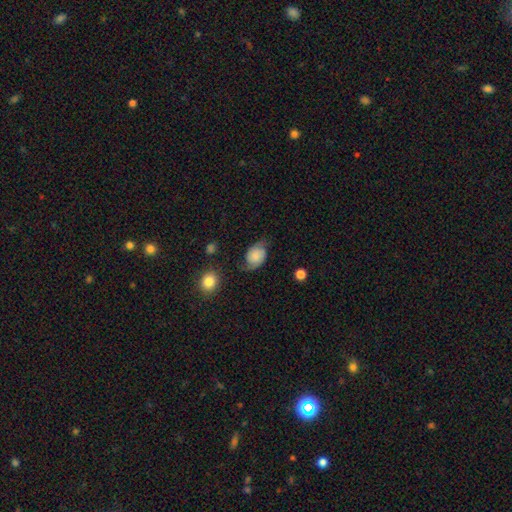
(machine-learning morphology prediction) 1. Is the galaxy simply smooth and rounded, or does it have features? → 52% featured or disk, 39% smooth, 9% star or artifact.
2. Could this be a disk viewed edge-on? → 97% no, 3% yes.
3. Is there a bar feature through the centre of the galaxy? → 73% no, 23% weak, 4% strong.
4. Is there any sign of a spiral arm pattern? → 91% yes, 9% no.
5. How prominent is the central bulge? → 38% small, 25% none, 21% moderate, 10% large, 6% dominant.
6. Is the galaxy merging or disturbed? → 63% none, 25% minor disturbance, 9% major disturbance, 2% merger.